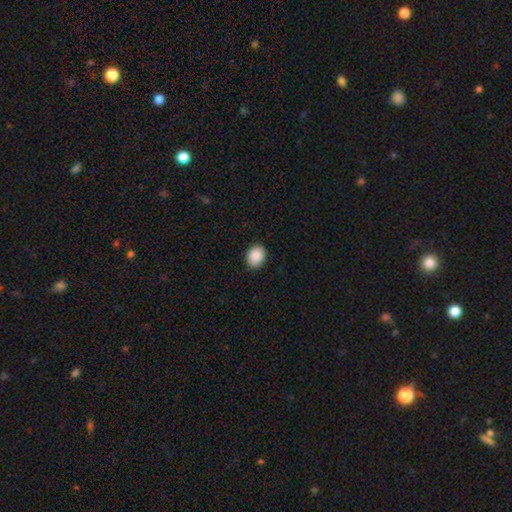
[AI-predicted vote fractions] smooth 90%, star or artifact 7%, featured or disk 3%. Down the decision tree: how rounded — in between (54%); merging — none (88%).